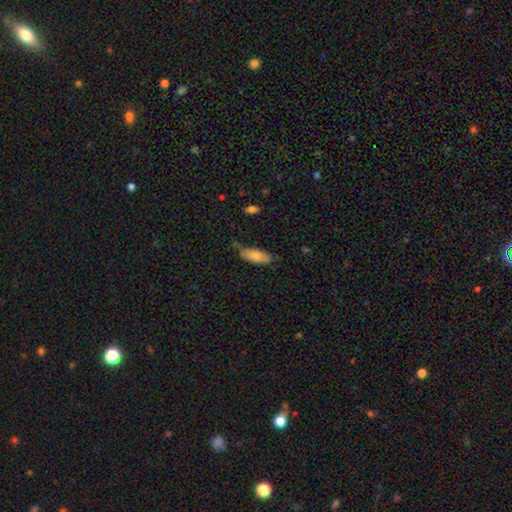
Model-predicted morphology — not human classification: smooth_or_featured: smooth (p=0.81) [alt: featured or disk p=0.13]
how_rounded: in between (p=0.74) [alt: cigar-shaped p=0.24]
merging: none (p=0.61) [alt: minor disturbance p=0.29]